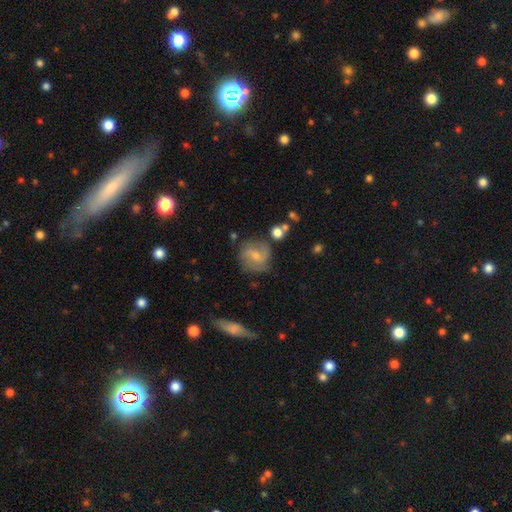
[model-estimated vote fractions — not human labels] smooth_or_featured: smooth (p=0.49) [alt: featured or disk p=0.43]
merging: none (p=0.66) [alt: minor disturbance p=0.21]